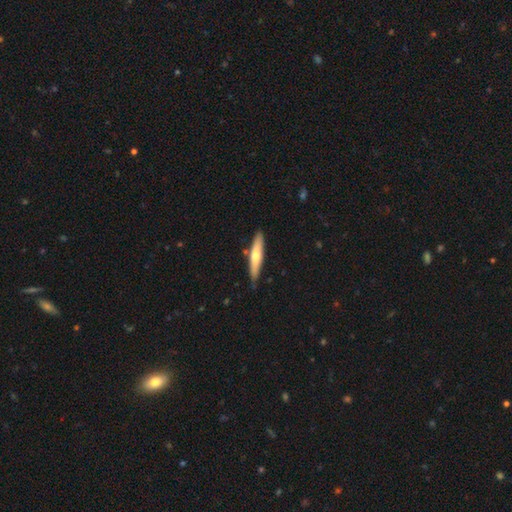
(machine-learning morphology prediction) Smooth or featured? smooth (57%)
How rounded? cigar-shaped (85%)
Merging? none (82%)